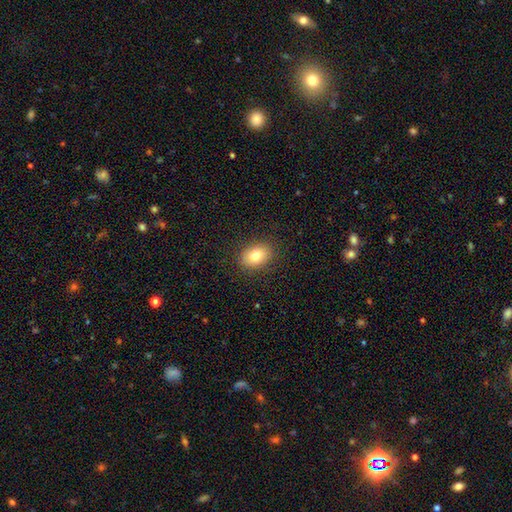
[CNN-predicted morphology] This appears to be a smooth galaxy with no disk features (81%) that is in between round and cigar-shaped (79%). Merging: none (88%).